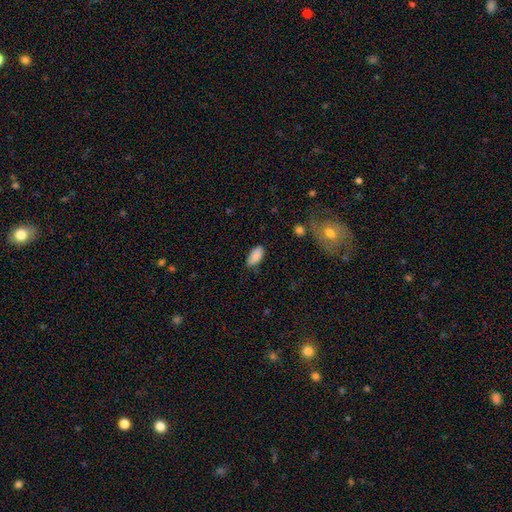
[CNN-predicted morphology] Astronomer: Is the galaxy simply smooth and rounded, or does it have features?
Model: smooth — 87%.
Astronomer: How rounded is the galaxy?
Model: in between — 93%.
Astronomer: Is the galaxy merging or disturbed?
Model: none — 77%.